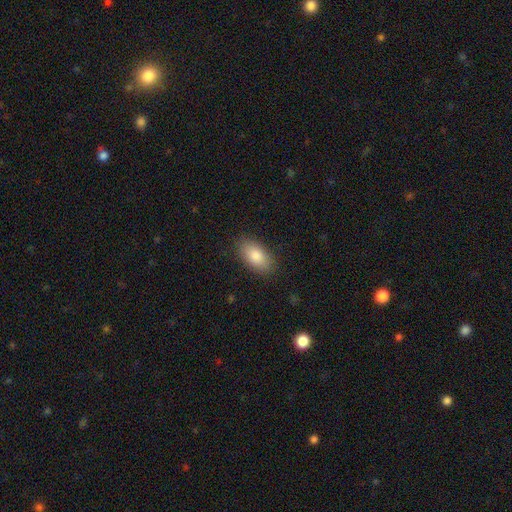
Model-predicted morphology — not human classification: Smooth or featured?
  - smooth: 84% *
  - featured or disk: 9%
  - star or artifact: 7%
How rounded?
  - in between: 93% *
  - round: 4%
  - cigar-shaped: 3%
Merging?
  - none: 86% *
  - minor disturbance: 10%
  - major disturbance: 3%
  - merger: 1%